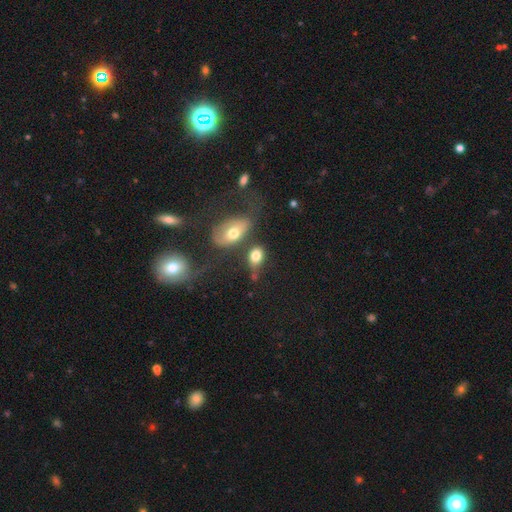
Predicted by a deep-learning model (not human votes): A smooth galaxy with no disk features (75%) that is in between round and cigar-shaped (79%).

Vote fractions:
- Smooth or featured? smooth: 75% / featured or disk: 15% / star or artifact: 10%
- How rounded? in between: 79% / round: 19% / cigar-shaped: 2%
- Merging? none: 43% / merger: 27% / minor disturbance: 19% / major disturbance: 12%